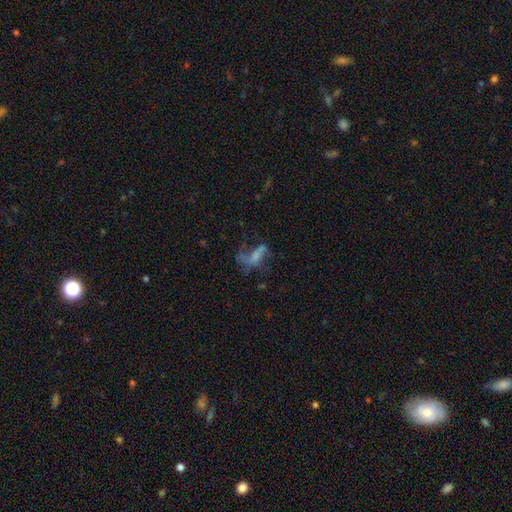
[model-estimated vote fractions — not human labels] Q: Smooth or featured?
A: featured or disk (54%); runner-up: smooth (30%)
Q: Edge-on disk?
A: no (93%); runner-up: yes (7%)
Q: Merging?
A: major disturbance (45%); runner-up: none (32%)